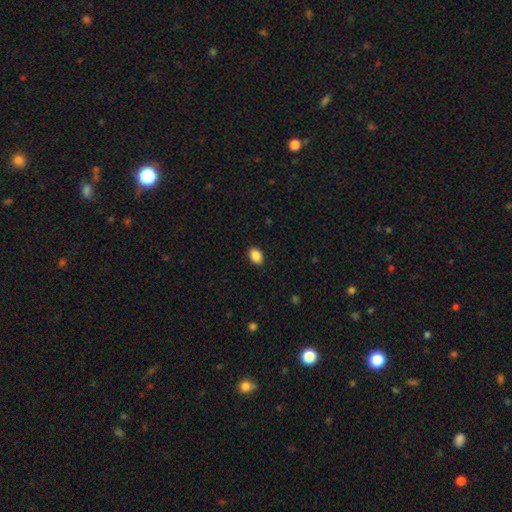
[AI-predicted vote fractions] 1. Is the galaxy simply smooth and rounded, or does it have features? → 89% smooth, 8% star or artifact, 3% featured or disk.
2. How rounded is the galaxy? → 80% in between, 19% round, 1% cigar-shaped.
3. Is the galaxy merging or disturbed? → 90% none, 7% minor disturbance, 2% major disturbance, 1% merger.